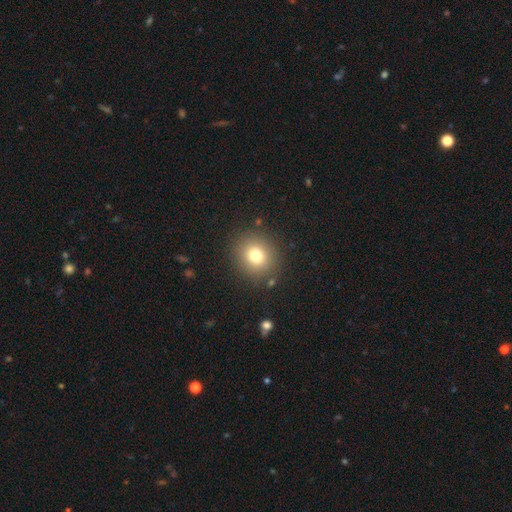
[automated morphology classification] smooth 77%, star or artifact 13%, featured or disk 11%. Down the decision tree: how rounded — round (86%); merging — none (87%).